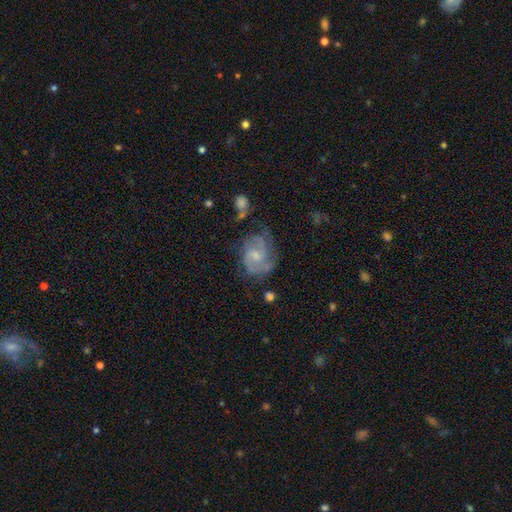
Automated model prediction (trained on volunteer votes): Smooth or featured?
  - featured or disk: 78% *
  - smooth: 13%
  - star or artifact: 8%
Edge-on disk?
  - no: 98% *
  - yes: 2%
Bar?
  - no: 59% *
  - weak: 36%
  - strong: 5%
Spiral arms?
  - yes: 93% *
  - no: 7%
Spiral winding?
  - tight: 47% *
  - medium: 41%
  - loose: 11%
Spiral arm count?
  - 2: 38% *
  - can't tell: 24%
  - 3: 24%
  - 4: 5%
  - 1: 5%
  - more than 4: 4%
Bulge size?
  - small: 57% *
  - moderate: 36%
  - none: 4%
  - large: 2%
  - dominant: 1%
Merging?
  - none: 62% *
  - minor disturbance: 23%
  - major disturbance: 12%
  - merger: 3%